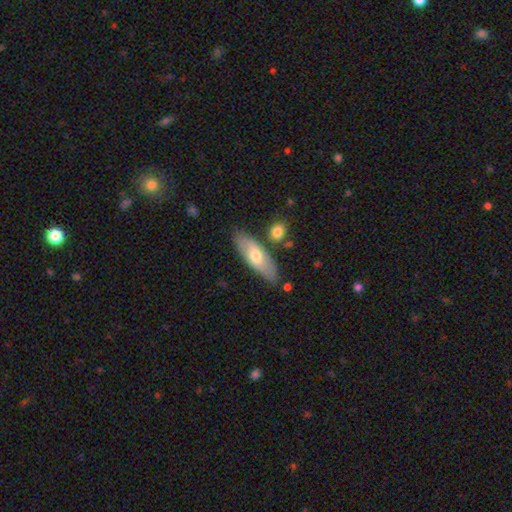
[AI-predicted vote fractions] Smooth or featured?
  - smooth: 60% *
  - featured or disk: 35%
  - star or artifact: 5%
How rounded?
  - in between: 62% *
  - cigar-shaped: 36%
  - round: 2%
Merging?
  - none: 78% *
  - minor disturbance: 13%
  - merger: 6%
  - major disturbance: 3%